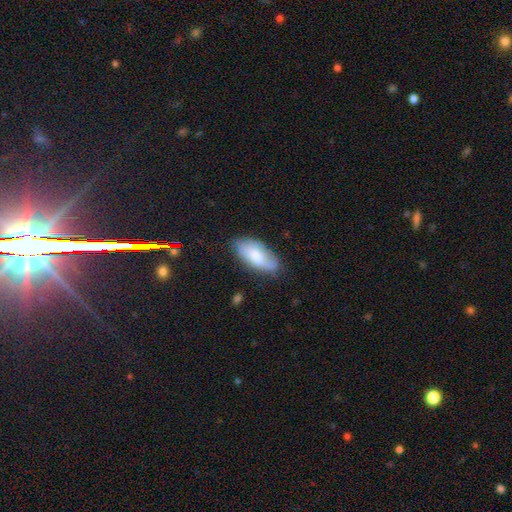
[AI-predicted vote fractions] smooth_or_featured: smooth (p=0.73) [alt: featured or disk p=0.20]
how_rounded: in between (p=0.90) [alt: cigar-shaped p=0.08]
merging: none (p=0.69) [alt: minor disturbance p=0.23]